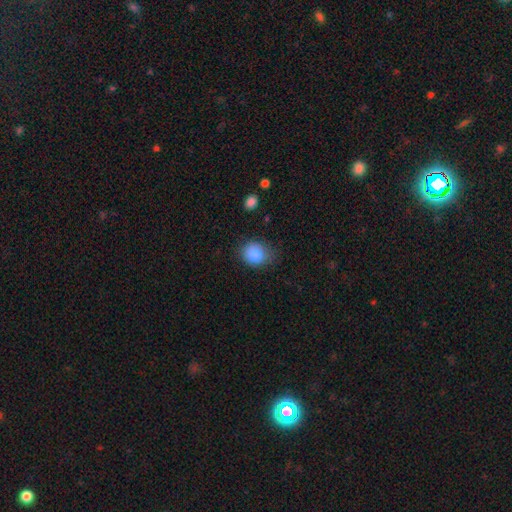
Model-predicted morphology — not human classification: Smooth or featured? Predicted: smooth (p=0.84). How rounded? Predicted: round (p=0.62). Merging? Predicted: none (p=0.64).